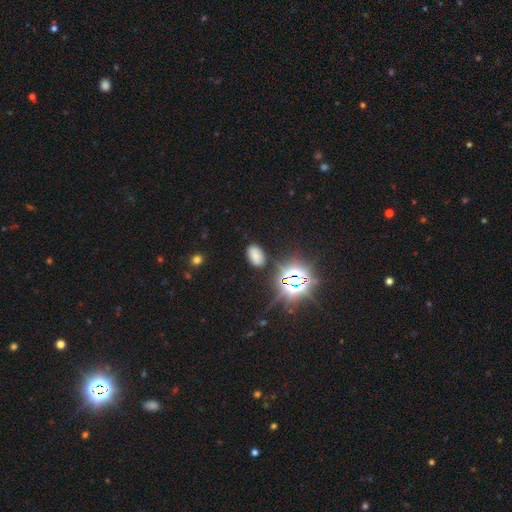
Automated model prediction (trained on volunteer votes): Smooth or featured: smooth — 62% (star or artifact — 29%)
How rounded: in between — 92% (round — 6%)
Merging: none — 83% (minor disturbance — 11%)